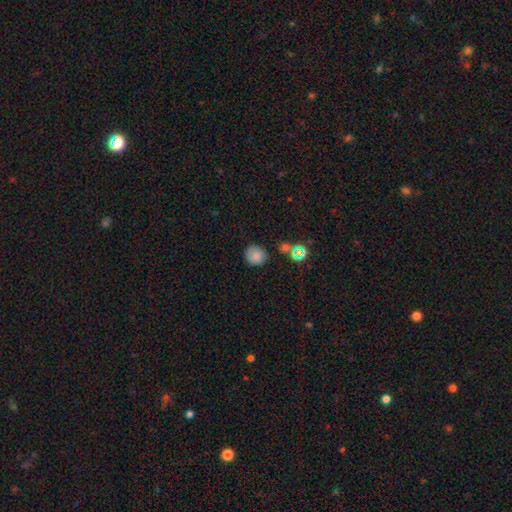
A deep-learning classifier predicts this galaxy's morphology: smooth 77%, star or artifact 14%, featured or disk 9%. Down the decision tree: how rounded — round (85%); merging — none (73%).